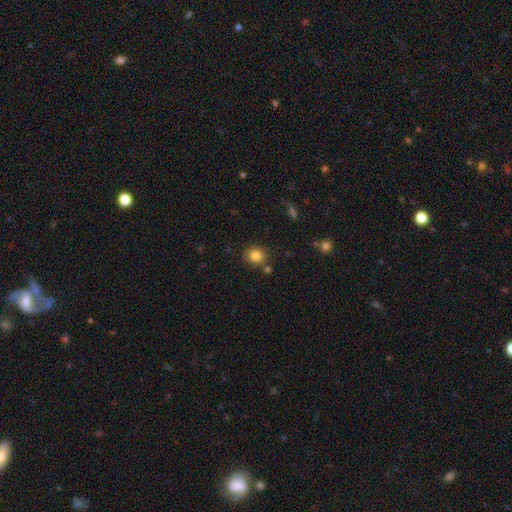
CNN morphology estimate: smooth_or_featured: smooth (p=0.83) [alt: star or artifact p=0.11]
how_rounded: round (p=0.80) [alt: in between p=0.20]
merging: none (p=0.78) [alt: minor disturbance p=0.10]